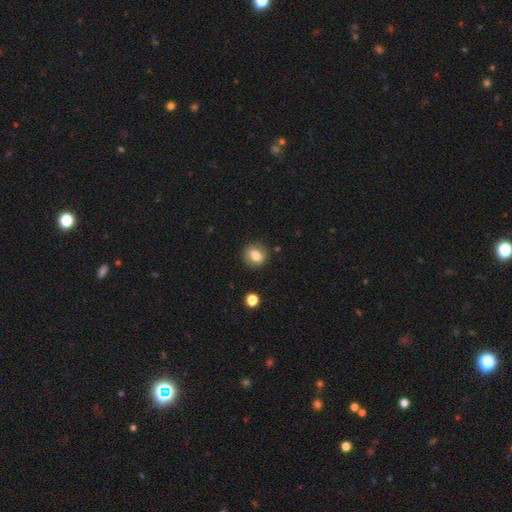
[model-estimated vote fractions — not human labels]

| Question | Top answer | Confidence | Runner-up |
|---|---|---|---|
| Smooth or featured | smooth | 74% | featured or disk (17%) |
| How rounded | round | 70% | in between (29%) |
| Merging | none | 84% | minor disturbance (11%) |